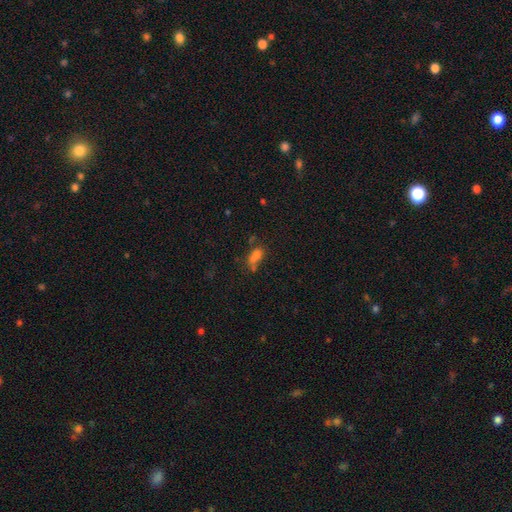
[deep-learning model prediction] Overall: smooth (64%). How rounded: in between (73%). Merging: none (35%, tied with merger).